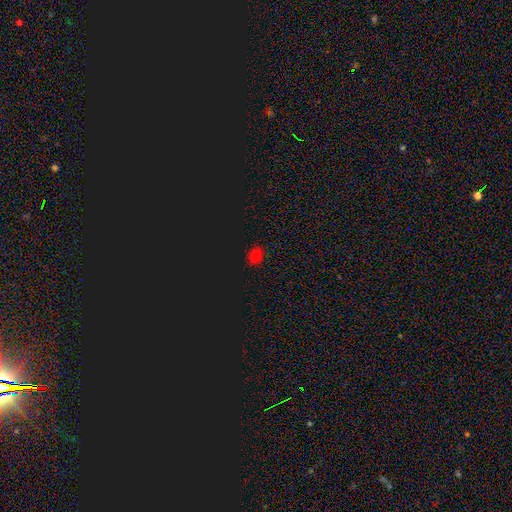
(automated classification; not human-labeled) Smooth or featured? smooth (63%)
How rounded? in between (57%)
Merging? none (87%)